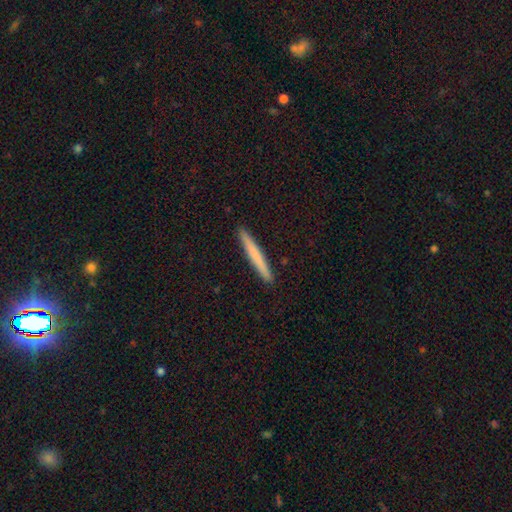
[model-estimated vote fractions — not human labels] Smooth or featured?
  - smooth: 69% *
  - featured or disk: 25%
  - star or artifact: 6%
How rounded?
  - cigar-shaped: 97% *
  - in between: 2%
  - round: 1%
Merging?
  - none: 93% *
  - minor disturbance: 5%
  - major disturbance: 1%
  - merger: 1%